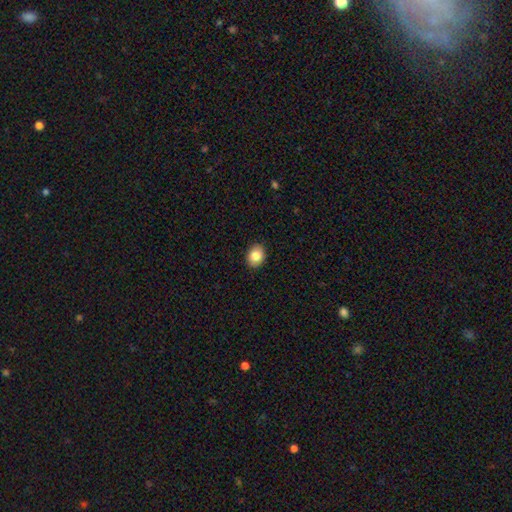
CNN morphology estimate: smooth_or_featured: smooth (p=0.84) [alt: star or artifact p=0.08]
how_rounded: in between (p=0.52) [alt: round p=0.47]
merging: none (p=0.90) [alt: minor disturbance p=0.07]